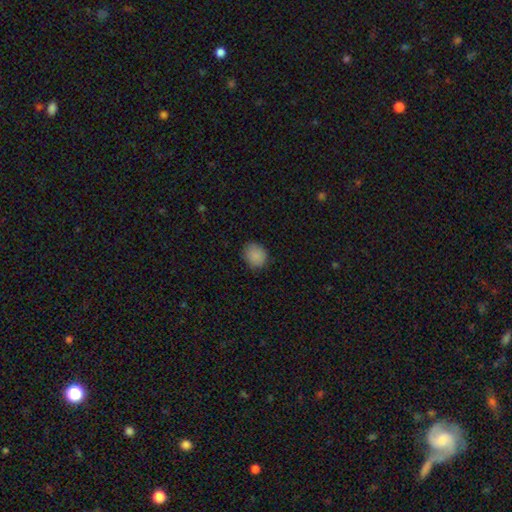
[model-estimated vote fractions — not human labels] The model was most divided on "how rounded": round: 70%, in between: 29%, cigar-shaped: 1%. More confident: smooth or featured — smooth (87%); merging — none (83%).